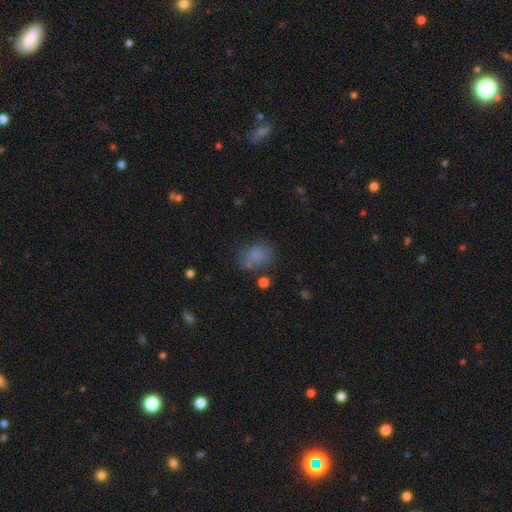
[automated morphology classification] This appears to be a smooth galaxy with no disk features (73%) that is in between round and cigar-shaped (63%). Merging: none (60%).